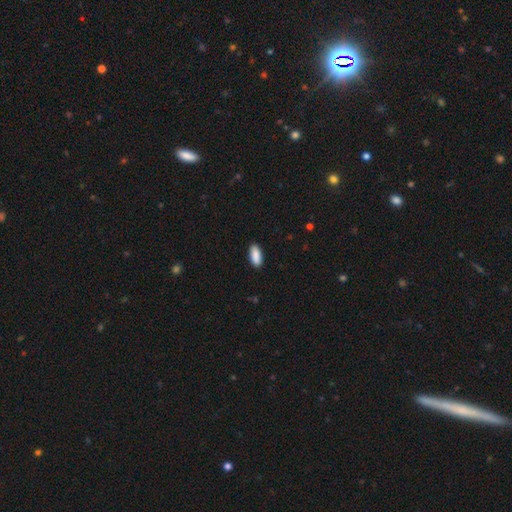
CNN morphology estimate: Smooth or featured: smooth — 90% (star or artifact — 6%)
How rounded: in between — 85% (cigar-shaped — 13%)
Merging: none — 90% (minor disturbance — 8%)